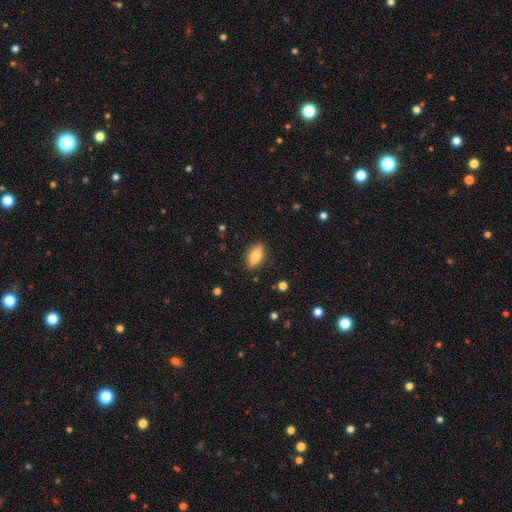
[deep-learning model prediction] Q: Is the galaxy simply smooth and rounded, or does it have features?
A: smooth — 63%.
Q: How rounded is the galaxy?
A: in between — 64%.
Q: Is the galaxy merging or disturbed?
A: none — 85%.